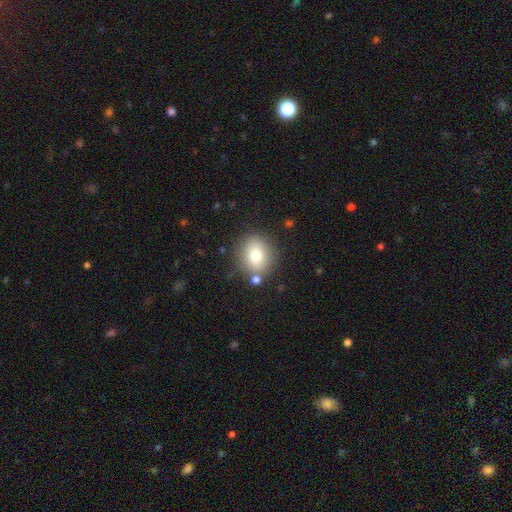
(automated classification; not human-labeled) The model was most divided on "how rounded": round: 78%, in between: 21%, cigar-shaped: 1%. More confident: merging — none (80%); smooth or featured — smooth (76%).